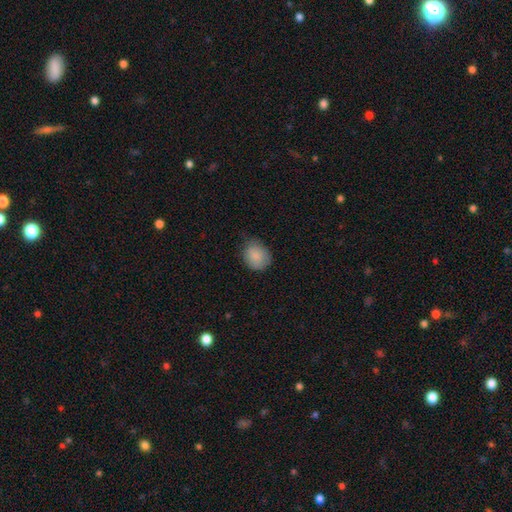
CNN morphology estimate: A smooth galaxy with no disk features (86%) that is round (65%). Merging: none (64%).